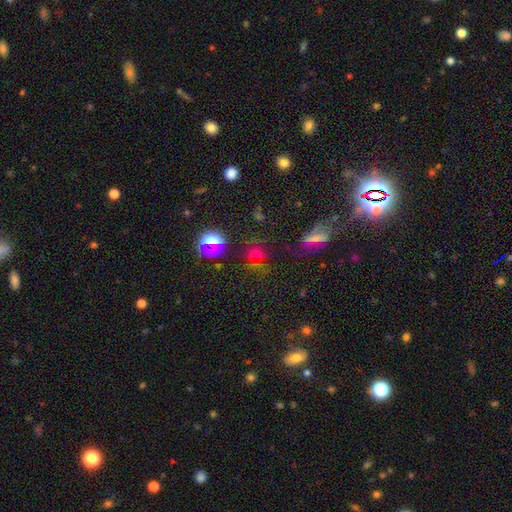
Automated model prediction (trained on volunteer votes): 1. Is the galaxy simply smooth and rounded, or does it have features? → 50% star or artifact, 40% smooth, 10% featured or disk.